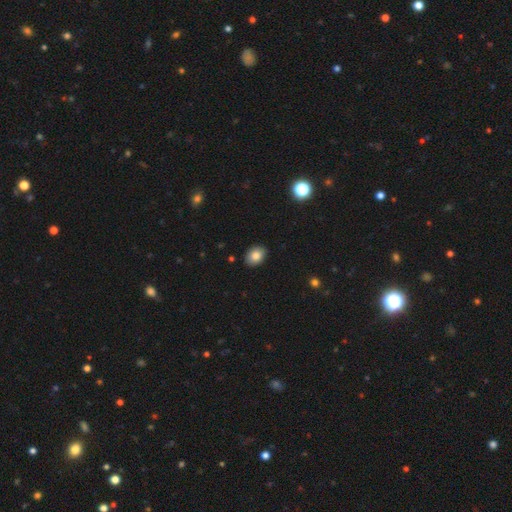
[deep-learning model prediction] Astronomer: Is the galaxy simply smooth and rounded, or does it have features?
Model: smooth — 84%.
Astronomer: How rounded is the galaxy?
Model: in between — 71%.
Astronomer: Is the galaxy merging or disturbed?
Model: none — 89%.